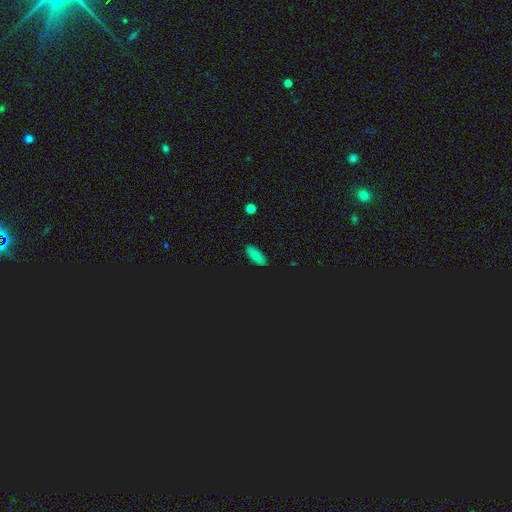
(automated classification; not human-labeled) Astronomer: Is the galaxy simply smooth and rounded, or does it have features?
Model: smooth — 66%.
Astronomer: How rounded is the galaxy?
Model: in between — 86%.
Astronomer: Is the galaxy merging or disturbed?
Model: none — 84%.